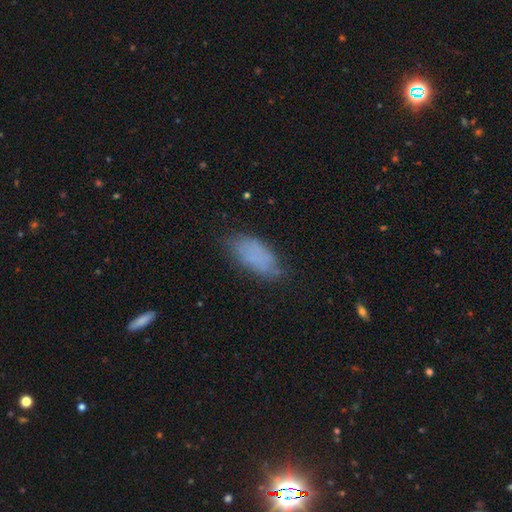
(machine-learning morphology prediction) smooth 72%, featured or disk 16%, star or artifact 11%. Down the decision tree: how rounded — in between (89%); merging — none (64%).